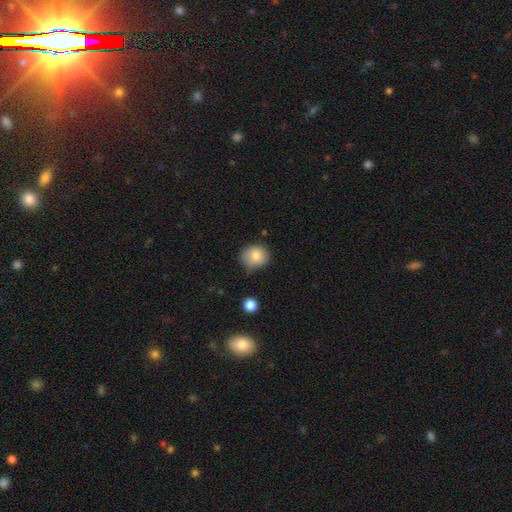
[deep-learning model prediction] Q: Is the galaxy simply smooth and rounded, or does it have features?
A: smooth — 80%.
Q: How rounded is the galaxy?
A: round — 69%.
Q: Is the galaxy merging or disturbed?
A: none — 58%.